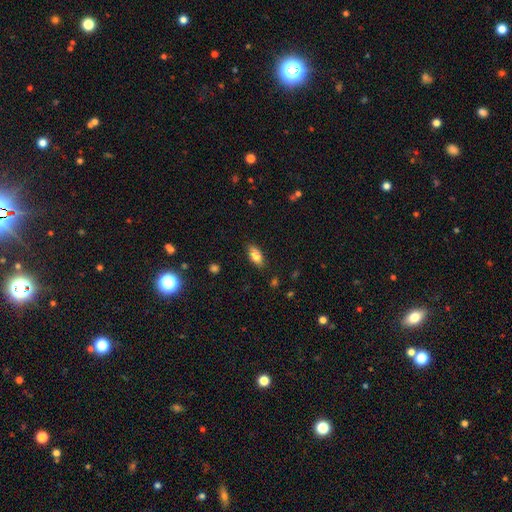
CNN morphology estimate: Overall: smooth (80%). How rounded: in between (86%). Merging: none (86%).